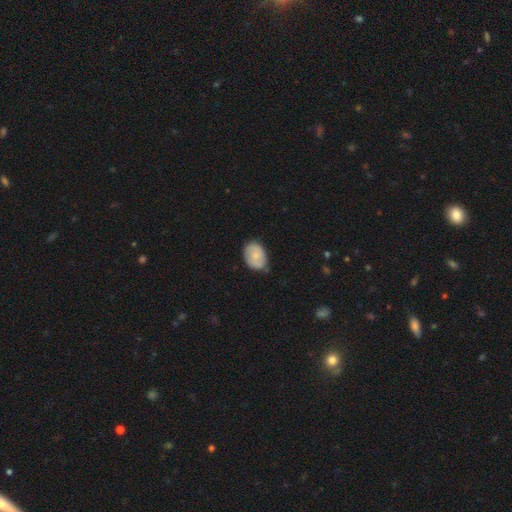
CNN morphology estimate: The model was most divided on "smooth or featured": smooth: 66%, featured or disk: 27%, star or artifact: 7%. More confident: how rounded — in between (73%); merging — none (68%).